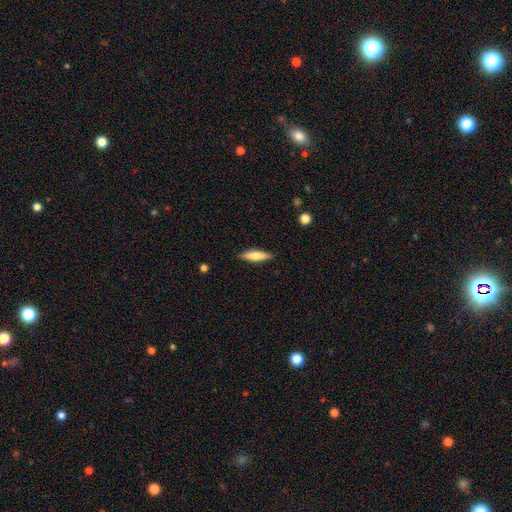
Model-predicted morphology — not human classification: Smooth or featured?
  - smooth: 71% *
  - featured or disk: 23%
  - star or artifact: 6%
How rounded?
  - cigar-shaped: 65% *
  - in between: 33%
  - round: 2%
Merging?
  - none: 88% *
  - minor disturbance: 9%
  - major disturbance: 2%
  - merger: 1%